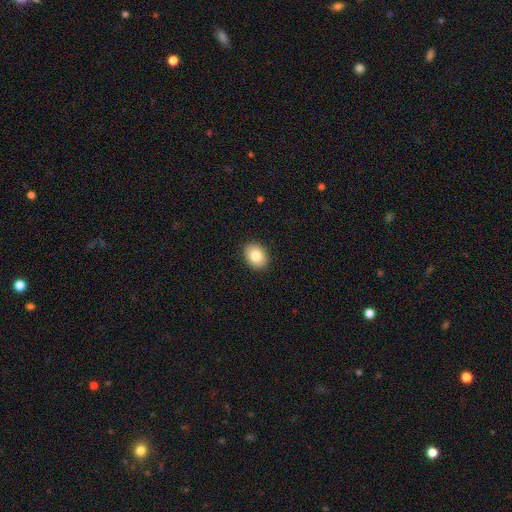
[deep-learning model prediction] smooth 81%, featured or disk 10%, star or artifact 8%. Down the decision tree: how rounded — in between (62%); merging — none (90%).